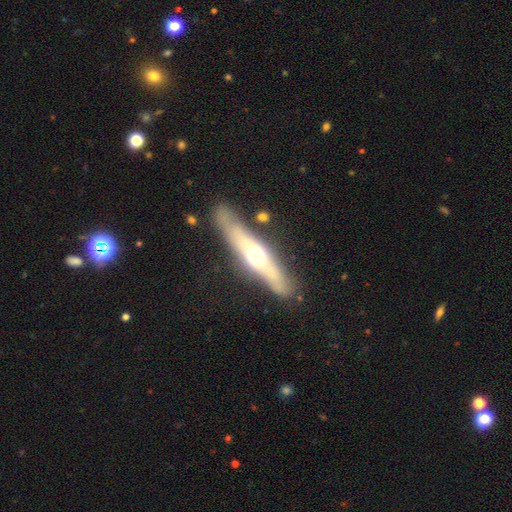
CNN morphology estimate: This appears to be a featured or disk galaxy (62%) viewed edge-on (82%) with a rounded central bulge (88%). Merging: none (79%).